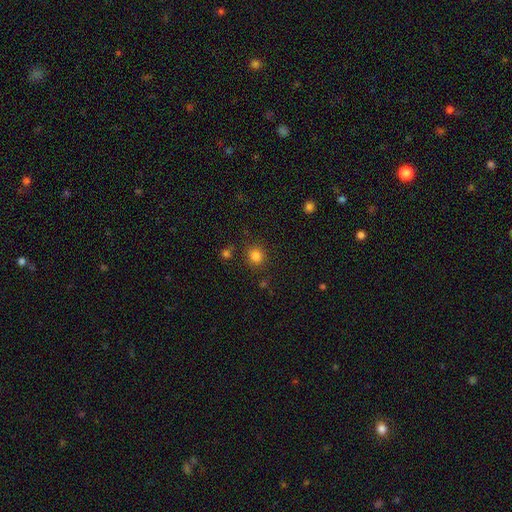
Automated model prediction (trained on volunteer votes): Q: Smooth or featured?
A: smooth (83%); runner-up: star or artifact (13%)
Q: How rounded?
A: round (89%); runner-up: in between (10%)
Q: Merging?
A: none (84%); runner-up: minor disturbance (8%)